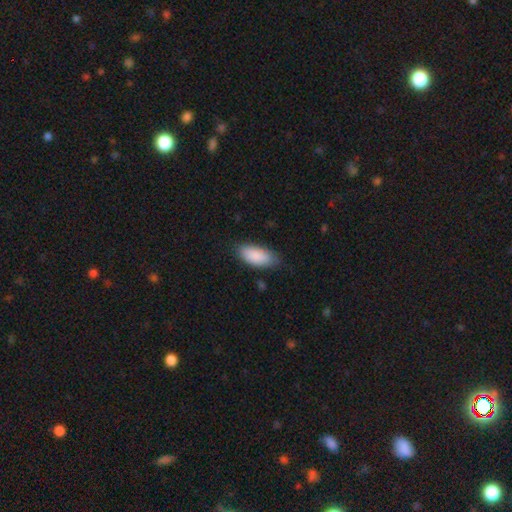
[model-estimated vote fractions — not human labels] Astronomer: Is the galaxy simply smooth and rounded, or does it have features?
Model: smooth — 89%.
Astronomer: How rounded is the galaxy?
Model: in between — 89%.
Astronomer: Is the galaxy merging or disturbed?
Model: none — 76%.